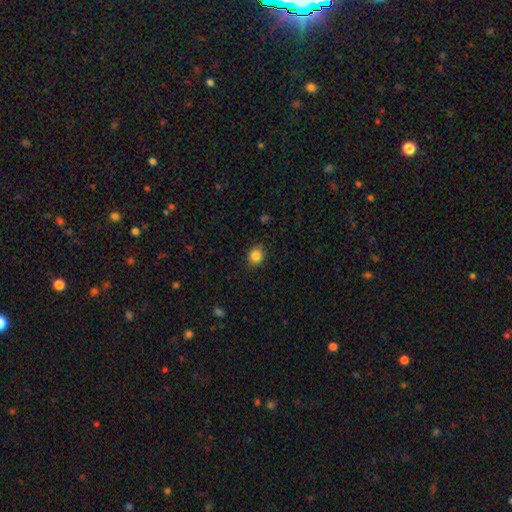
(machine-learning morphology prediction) A smooth galaxy with no disk features (85%) that is round (72%).

Vote fractions:
- Smooth or featured? smooth: 85% / star or artifact: 10% / featured or disk: 5%
- How rounded? round: 72% / in between: 28% / cigar-shaped: 1%
- Merging? none: 86% / minor disturbance: 10% / major disturbance: 2% / merger: 1%